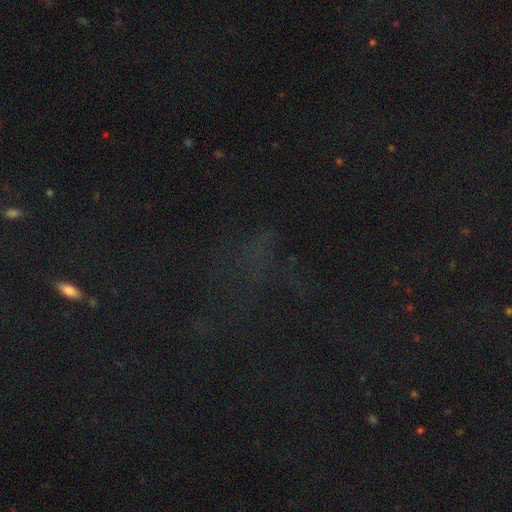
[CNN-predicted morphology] Smooth or featured: star or artifact — 67% (smooth — 21%)